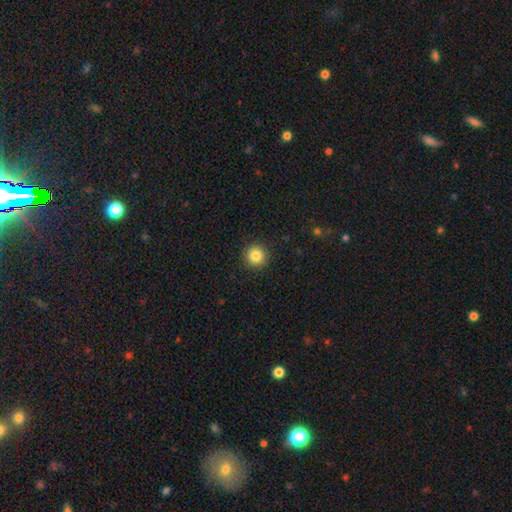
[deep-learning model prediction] Smooth or featured? smooth (85%)
How rounded? round (95%)
Merging? none (92%)